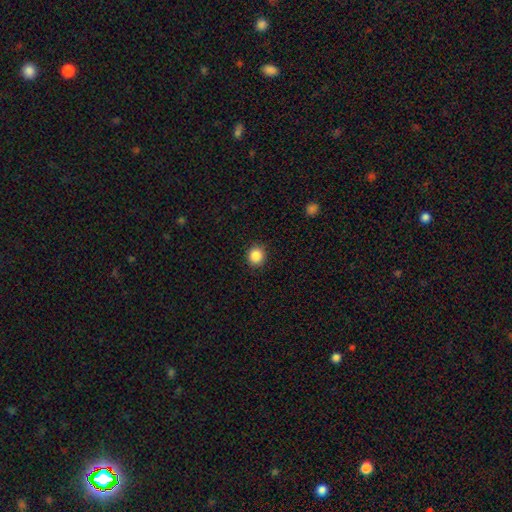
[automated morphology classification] A smooth galaxy with no disk features (87%) that is round (87%).

Vote fractions:
- Smooth or featured? smooth: 87% / star or artifact: 10% / featured or disk: 3%
- How rounded? round: 87% / in between: 12% / cigar-shaped: 1%
- Merging? none: 90% / minor disturbance: 7% / major disturbance: 2% / merger: 1%